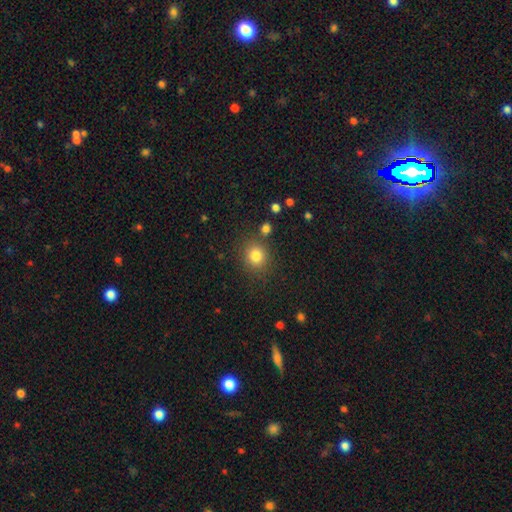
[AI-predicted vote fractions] Q: Smooth or featured?
A: smooth (82%); runner-up: star or artifact (12%)
Q: How rounded?
A: round (82%); runner-up: in between (17%)
Q: Merging?
A: none (81%); runner-up: minor disturbance (9%)